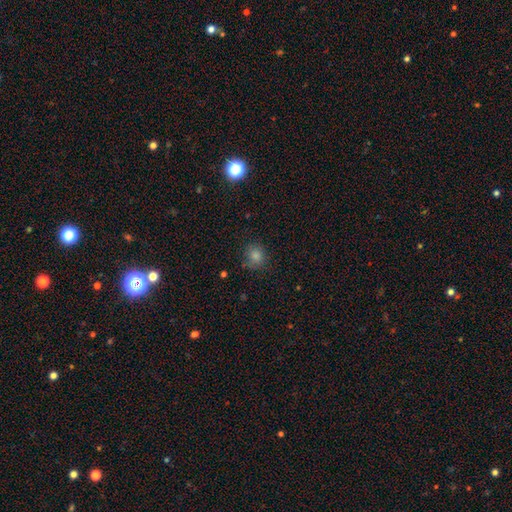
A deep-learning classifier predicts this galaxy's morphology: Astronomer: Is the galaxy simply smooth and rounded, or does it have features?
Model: smooth — 74%.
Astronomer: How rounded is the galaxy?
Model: round — 80%.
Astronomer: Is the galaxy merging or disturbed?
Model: none — 77%.